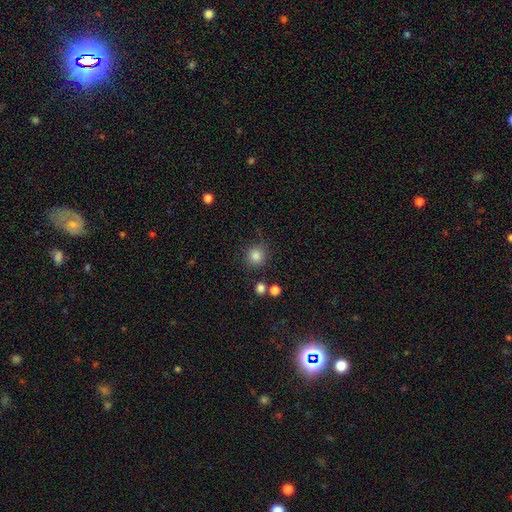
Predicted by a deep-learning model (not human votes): This is clearly a smooth galaxy (84%). How rounded: clearly round (91%). Merging: likely none (80%).